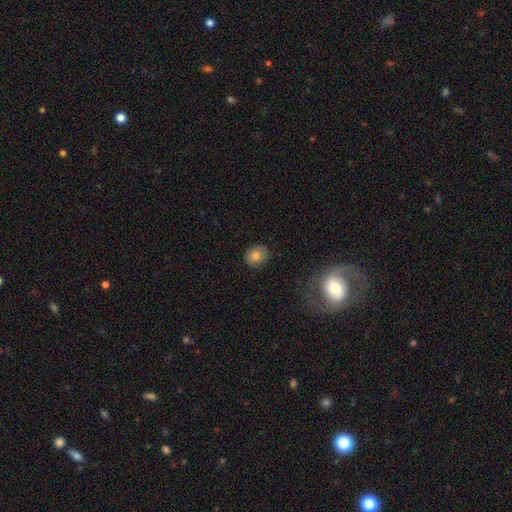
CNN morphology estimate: A smooth galaxy with no disk features (81%) that is round (69%).

Vote fractions:
- Smooth or featured? smooth: 81% / star or artifact: 10% / featured or disk: 9%
- How rounded? round: 69% / in between: 30% / cigar-shaped: 1%
- Merging? none: 86% / minor disturbance: 11% / major disturbance: 2% / merger: 1%